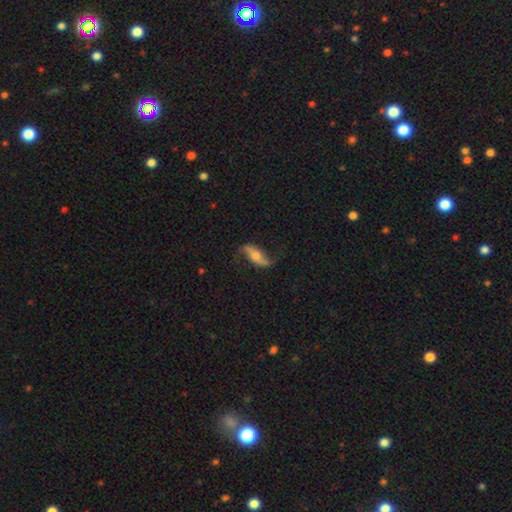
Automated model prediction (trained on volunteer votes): The model was most divided on "bar": no: 41%, strong: 30%, weak: 29%. More confident: spiral arms — yes (94%); spiral arm count — 2 (93%); edge-on disk — no (90%); spiral winding — loose (86%); smooth or featured — featured or disk (81%); merging — none (78%); bulge size — moderate (53%).